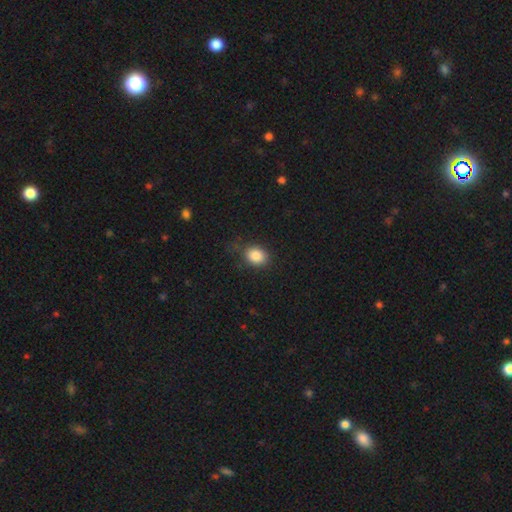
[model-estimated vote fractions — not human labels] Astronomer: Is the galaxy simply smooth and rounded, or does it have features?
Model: smooth — 85%.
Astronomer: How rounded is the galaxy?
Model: round — 50% (runner-up: in between, 49%).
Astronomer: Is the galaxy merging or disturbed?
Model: none — 72%.